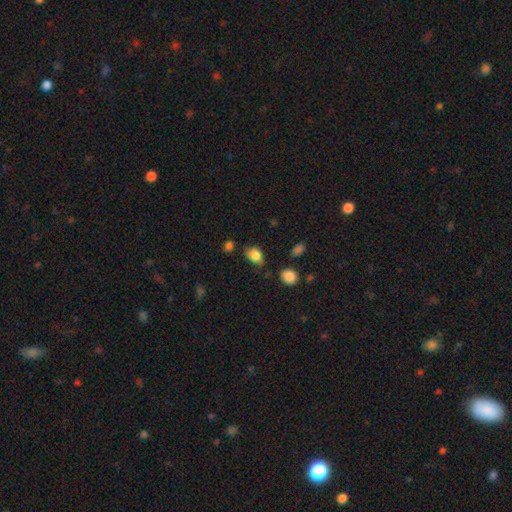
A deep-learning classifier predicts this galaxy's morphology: Q: Smooth or featured?
A: smooth (84%); runner-up: star or artifact (9%)
Q: How rounded?
A: in between (75%); runner-up: round (23%)
Q: Merging?
A: none (62%); runner-up: minor disturbance (27%)